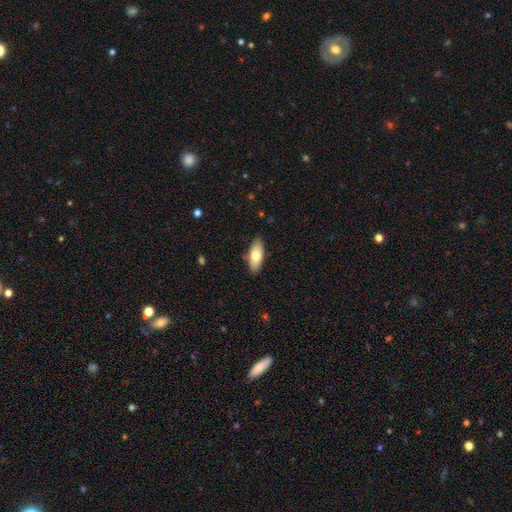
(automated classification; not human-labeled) Smooth or featured: smooth — 74% (featured or disk — 20%)
How rounded: in between — 83% (cigar-shaped — 14%)
Merging: none — 86% (minor disturbance — 11%)